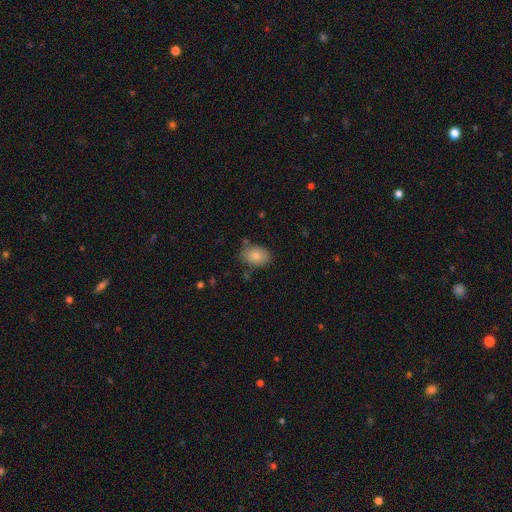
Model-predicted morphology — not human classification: Q: Smooth or featured?
A: smooth (82%); runner-up: featured or disk (9%)
Q: How rounded?
A: in between (77%); runner-up: round (22%)
Q: Merging?
A: none (75%); runner-up: minor disturbance (17%)